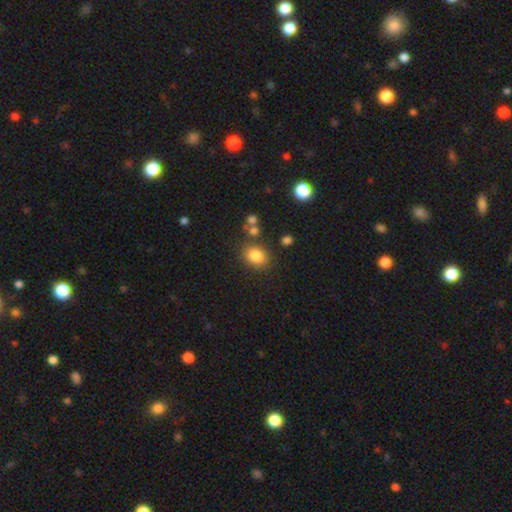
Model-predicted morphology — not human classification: smooth_or_featured: smooth (p=0.82) [alt: star or artifact p=0.11]
how_rounded: in between (p=0.54) [alt: round p=0.45]
merging: none (p=0.75) [alt: minor disturbance p=0.13]